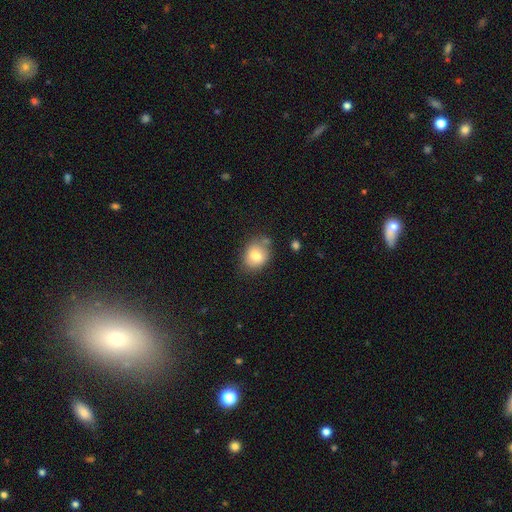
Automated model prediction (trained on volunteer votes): A smooth galaxy with no disk features (76%) that is in between round and cigar-shaped (56%). Merging: none (62%).